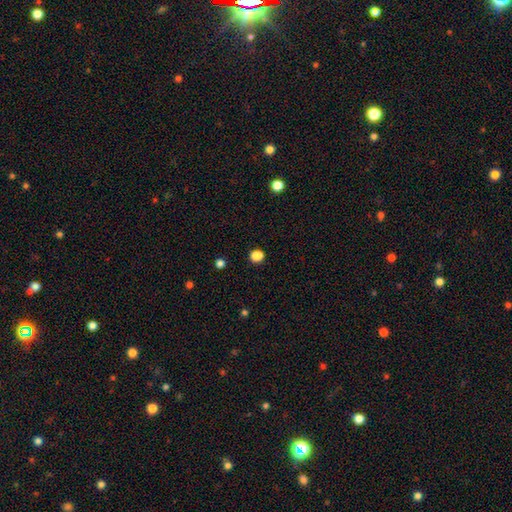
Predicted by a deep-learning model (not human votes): Smooth or featured?
  - smooth: 84% *
  - star or artifact: 13%
  - featured or disk: 3%
How rounded?
  - round: 73% *
  - in between: 26%
  - cigar-shaped: 1%
Merging?
  - none: 88% *
  - minor disturbance: 7%
  - major disturbance: 2%
  - merger: 2%